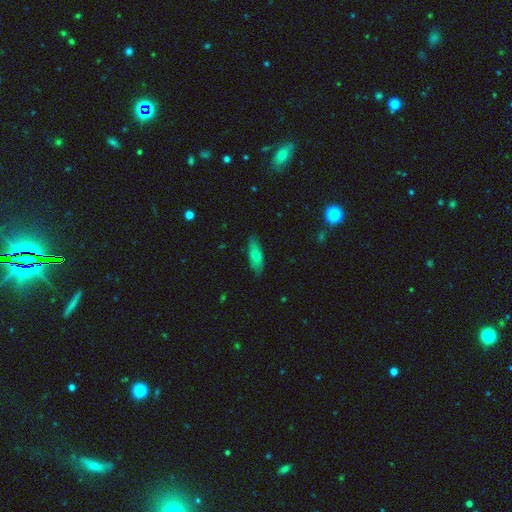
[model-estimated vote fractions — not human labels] Smooth or featured?
  - smooth: 66% *
  - featured or disk: 27%
  - star or artifact: 7%
How rounded?
  - in between: 57% *
  - cigar-shaped: 40%
  - round: 3%
Merging?
  - none: 82% *
  - minor disturbance: 14%
  - major disturbance: 2%
  - merger: 1%